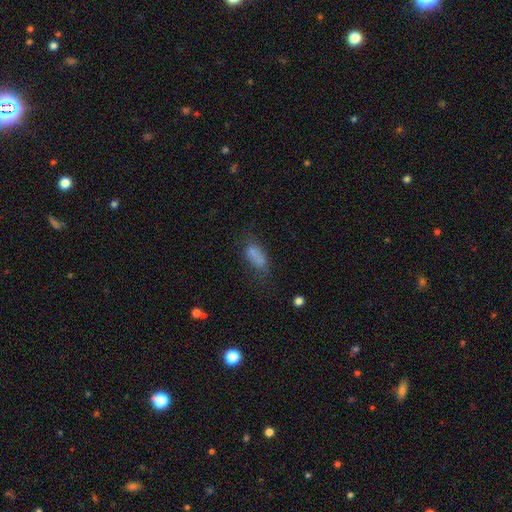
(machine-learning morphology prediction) A smooth galaxy with no disk features (75%) that is in between round and cigar-shaped (81%). Merging: none (46%).